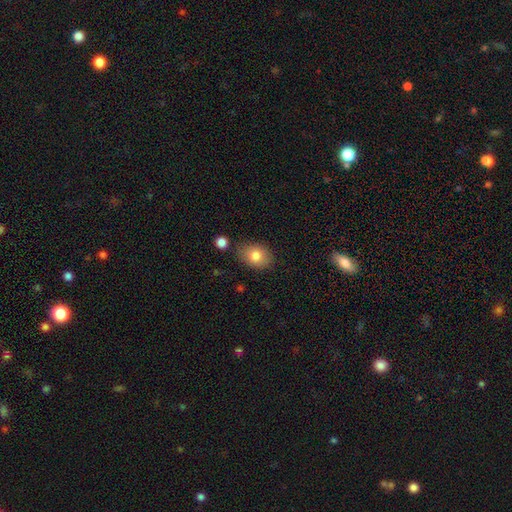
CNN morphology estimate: smooth_or_featured: smooth (p=0.81) [alt: featured or disk p=0.11]
how_rounded: in between (p=0.70) [alt: round p=0.29]
merging: none (p=0.80) [alt: minor disturbance p=0.14]